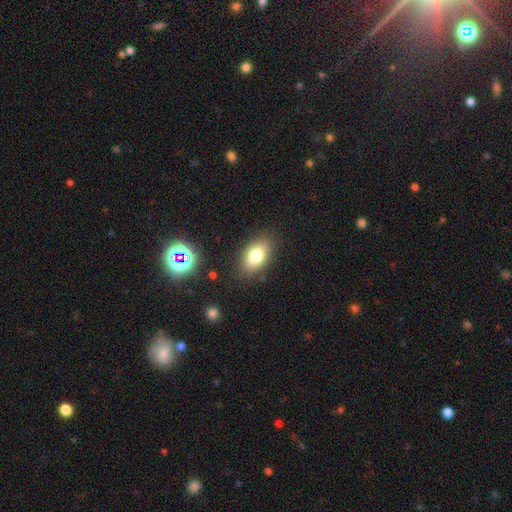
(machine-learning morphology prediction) Smooth or featured?
  - smooth: 76% *
  - featured or disk: 13%
  - star or artifact: 11%
How rounded?
  - in between: 88% *
  - round: 10%
  - cigar-shaped: 2%
Merging?
  - none: 84% *
  - minor disturbance: 11%
  - major disturbance: 3%
  - merger: 2%